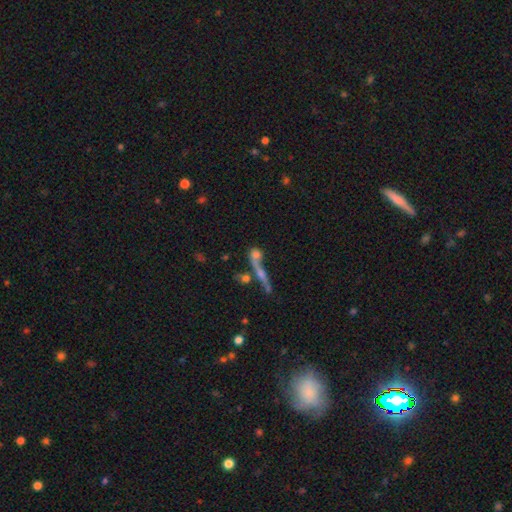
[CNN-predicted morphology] Smooth or featured: smooth — 50% (featured or disk — 36%)
How rounded: round — 40% (cigar-shaped — 34%)
Merging: merger — 39% (none — 38%)